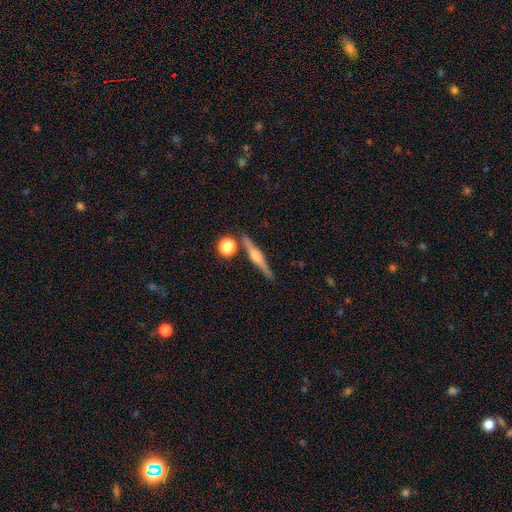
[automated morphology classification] Overall: featured or disk (69%). Edge-on disk: yes (97%). Edge-on bulge: rounded (79%). Merging: none (84%).